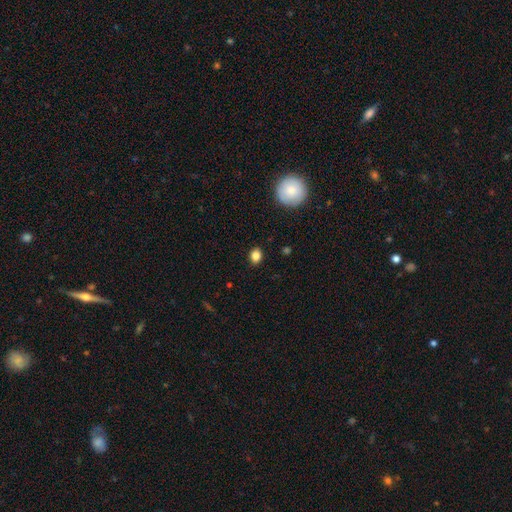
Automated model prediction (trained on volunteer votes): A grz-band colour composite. It shows a smooth galaxy with no disk features (84%) that is in between round and cigar-shaped (50%). Merging: none (88%).